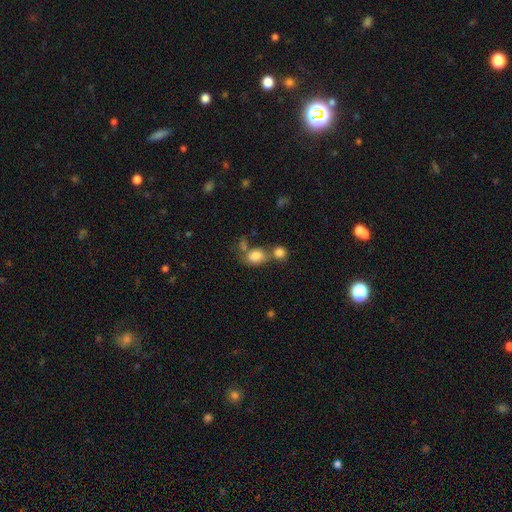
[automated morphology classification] Q: Smooth or featured?
A: smooth (80%); runner-up: star or artifact (10%)
Q: How rounded?
A: in between (66%); runner-up: round (33%)
Q: Merging?
A: none (40%); runner-up: merger (39%)